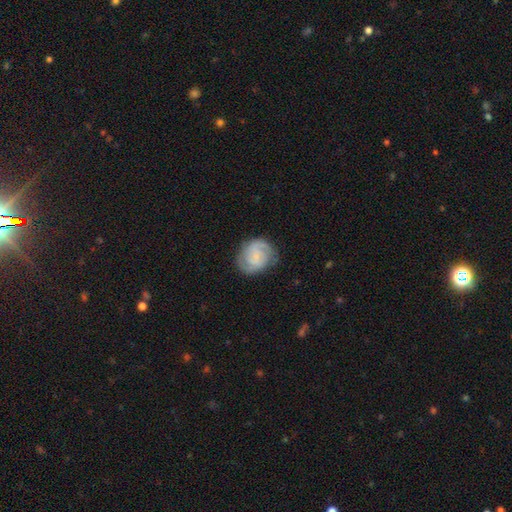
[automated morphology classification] Overall: featured or disk (66%; smooth 27%). Edge-on disk: no (98%). Bar: weak (48%; no 42%). Spiral arms: yes (91%). Spiral arm count: 2 (71%). Spiral winding: tight (46%; medium 41%). Bulge size: small (53%; none 31%). Merging: none (75%).